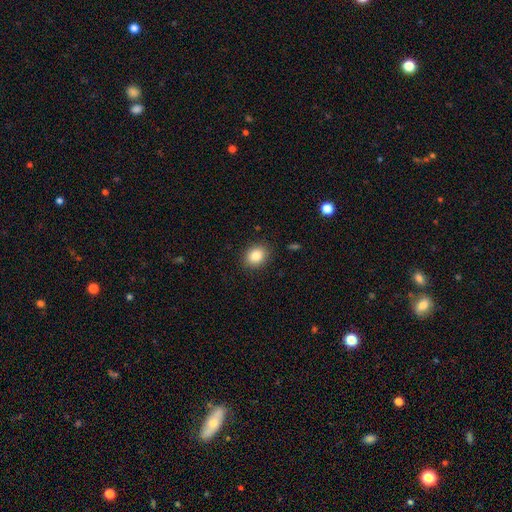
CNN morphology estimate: smooth-or-featured: smooth: 86% | star or artifact: 9% | featured or disk: 5%
  how-rounded: round: 52% | in between: 47% | cigar-shaped: 1%
  merging: none: 88% | minor disturbance: 9% | major disturbance: 2% | merger: 1%